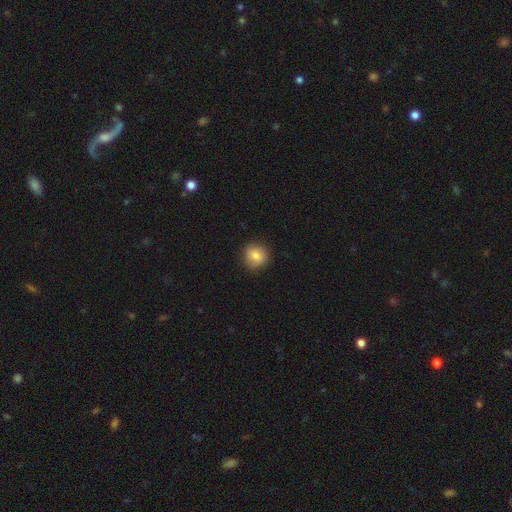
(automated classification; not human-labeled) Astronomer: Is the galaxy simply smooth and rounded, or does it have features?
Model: smooth — 84%.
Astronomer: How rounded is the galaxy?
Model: round — 89%.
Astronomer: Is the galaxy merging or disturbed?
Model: none — 88%.